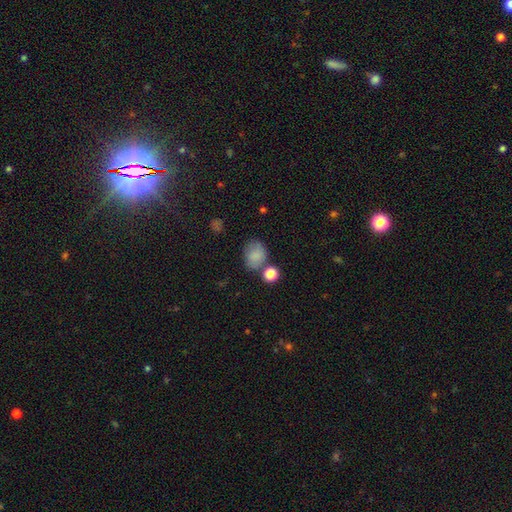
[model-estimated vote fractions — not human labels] Smooth or featured?
  - smooth: 81% *
  - star or artifact: 11%
  - featured or disk: 8%
How rounded?
  - in between: 58% *
  - round: 41%
  - cigar-shaped: 1%
Merging?
  - none: 59% *
  - minor disturbance: 21%
  - merger: 12%
  - major disturbance: 8%